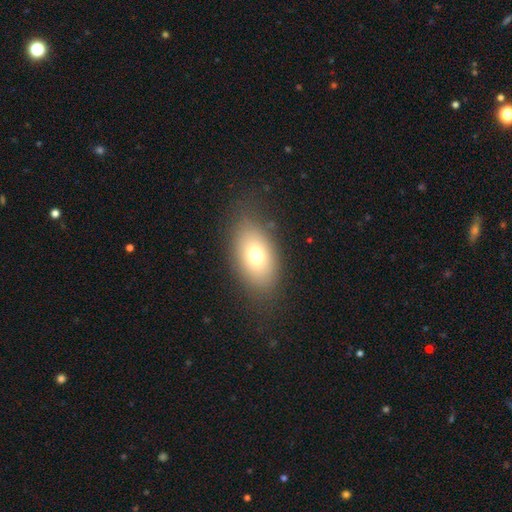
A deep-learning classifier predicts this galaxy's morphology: Smooth or featured?
  - smooth: 73% *
  - featured or disk: 17%
  - star or artifact: 10%
How rounded?
  - in between: 88% *
  - round: 10%
  - cigar-shaped: 2%
Merging?
  - none: 79% *
  - minor disturbance: 14%
  - major disturbance: 6%
  - merger: 1%